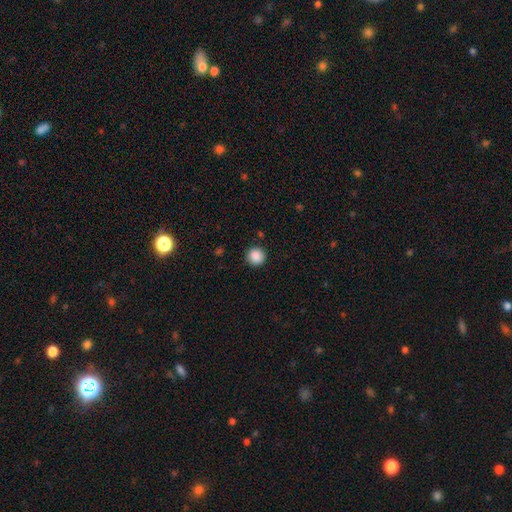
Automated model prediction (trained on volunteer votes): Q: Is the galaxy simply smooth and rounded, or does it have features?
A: smooth — 88%.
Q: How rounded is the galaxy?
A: round — 94%.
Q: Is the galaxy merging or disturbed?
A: none — 91%.